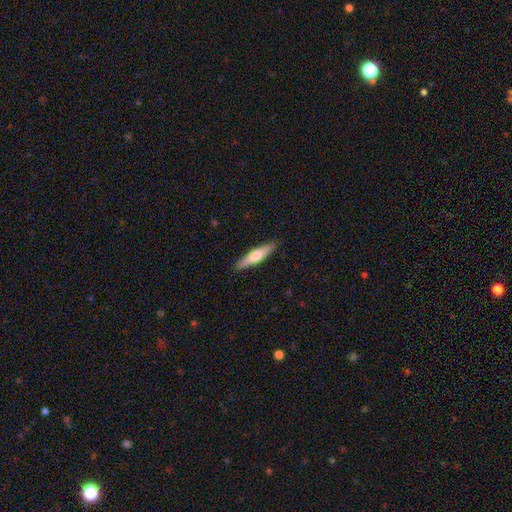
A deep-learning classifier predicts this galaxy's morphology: A smooth galaxy with no disk features (53%) that is cigar-shaped (82%).

Vote fractions:
- Smooth or featured? smooth: 53% / featured or disk: 42% / star or artifact: 5%
- How rounded? cigar-shaped: 82% / in between: 17% / round: 2%
- Merging? none: 90% / minor disturbance: 8% / major disturbance: 2% / merger: 1%